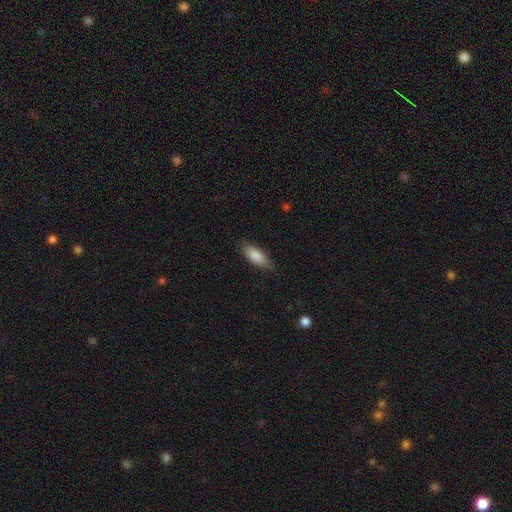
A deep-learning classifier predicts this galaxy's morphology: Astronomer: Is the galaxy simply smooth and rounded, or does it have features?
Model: smooth — 83%.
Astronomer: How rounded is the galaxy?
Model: in between — 70%.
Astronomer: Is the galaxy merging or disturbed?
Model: none — 80%.